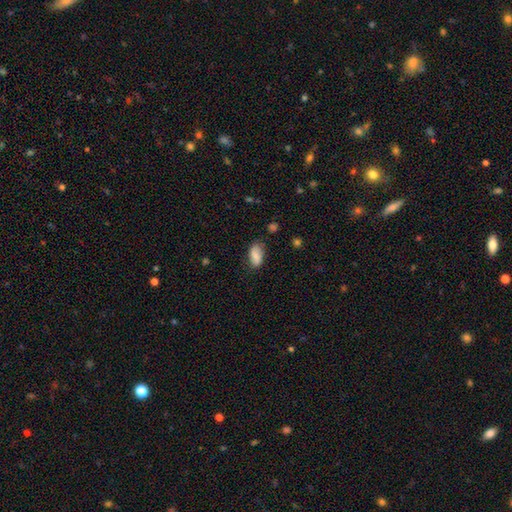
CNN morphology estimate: A smooth galaxy with no disk features (81%) that is in between round and cigar-shaped (92%).

Vote fractions:
- Smooth or featured? smooth: 81% / featured or disk: 12% / star or artifact: 7%
- How rounded? in between: 92% / cigar-shaped: 4% / round: 4%
- Merging? none: 68% / minor disturbance: 24% / major disturbance: 5% / merger: 2%